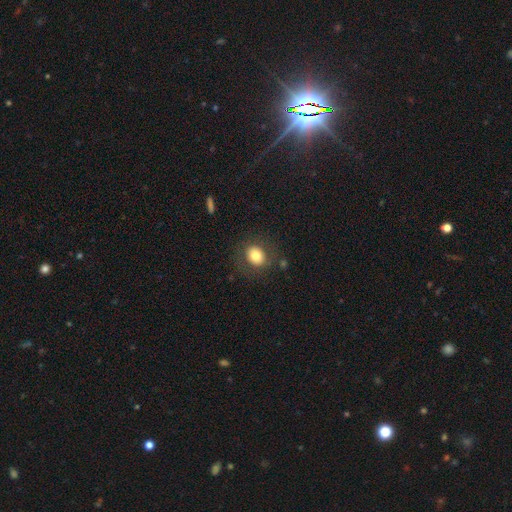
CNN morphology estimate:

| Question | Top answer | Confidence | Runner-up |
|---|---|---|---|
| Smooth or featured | smooth | 77% | featured or disk (13%) |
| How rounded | round | 69% | in between (31%) |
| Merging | none | 82% | minor disturbance (11%) |